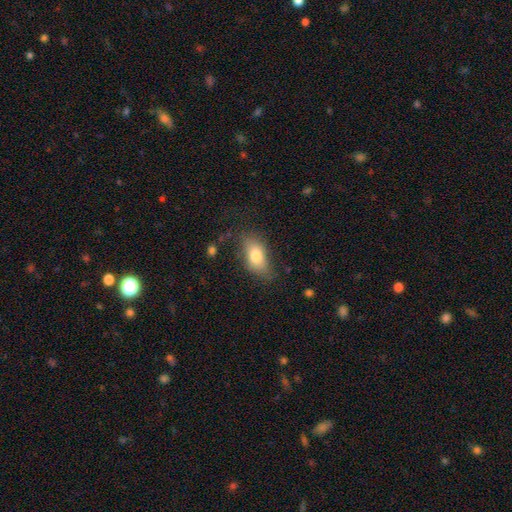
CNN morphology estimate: Overall: smooth (77%). How rounded: in between (87%). Merging: none (66%).